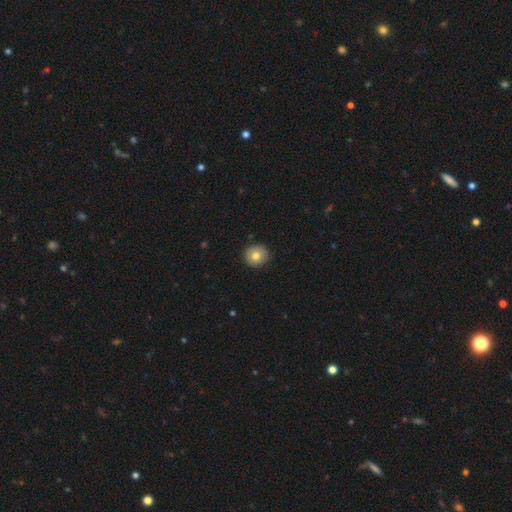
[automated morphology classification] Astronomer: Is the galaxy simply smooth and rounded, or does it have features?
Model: smooth — 77%.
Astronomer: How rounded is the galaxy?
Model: round — 86%.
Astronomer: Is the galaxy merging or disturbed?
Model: none — 90%.